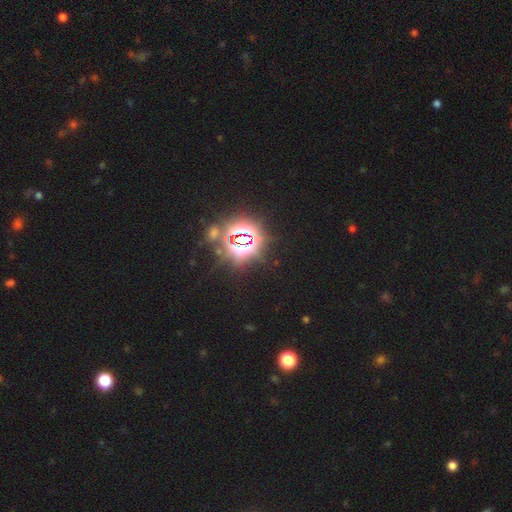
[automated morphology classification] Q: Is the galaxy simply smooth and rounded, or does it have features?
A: star or artifact — 82%.